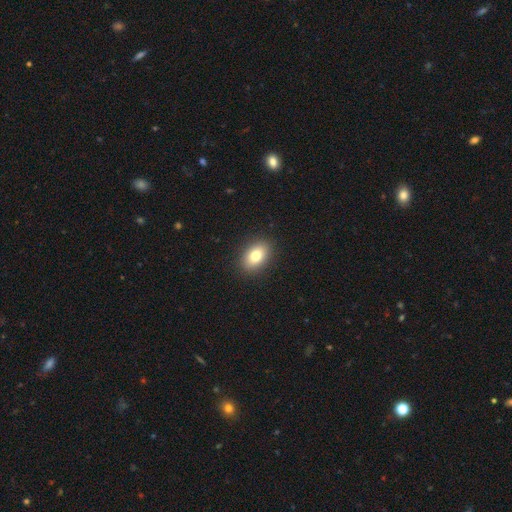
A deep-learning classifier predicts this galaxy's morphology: smooth_or_featured: smooth (p=0.79) [alt: featured or disk p=0.12]
how_rounded: in between (p=0.82) [alt: round p=0.16]
merging: none (p=0.90) [alt: minor disturbance p=0.07]